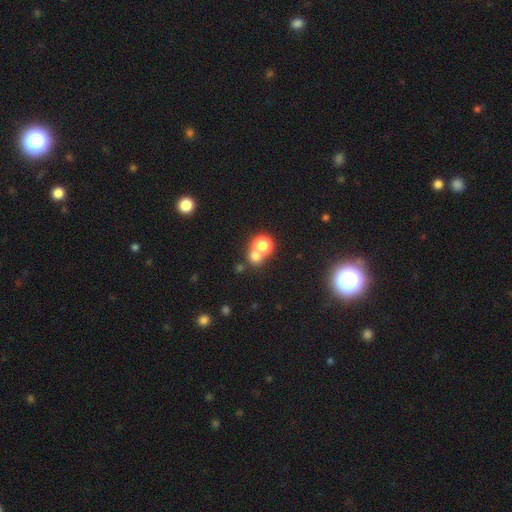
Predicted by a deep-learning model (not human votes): This appears to be a smooth galaxy with no disk features (69%) that is round (82%). Merging: none (45%, tied with merger).